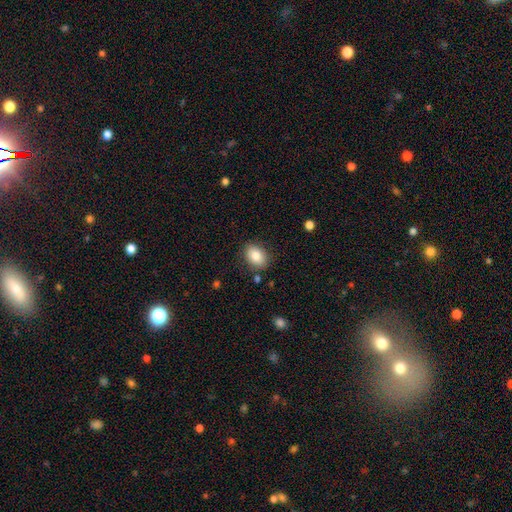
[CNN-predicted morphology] type=smooth (83%); roundness=in between (76%); merging=none (83%).